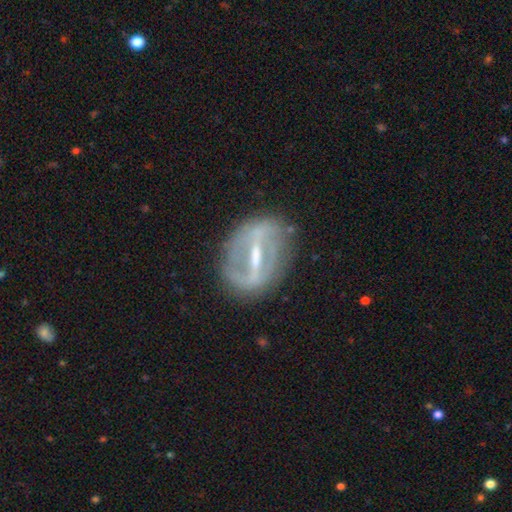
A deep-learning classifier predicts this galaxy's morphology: This appears to be a featured or disk galaxy (78%) with a strong bar (74%), spiral arms (52%) and a moderate central bulge (43%). Merging: none (73%).